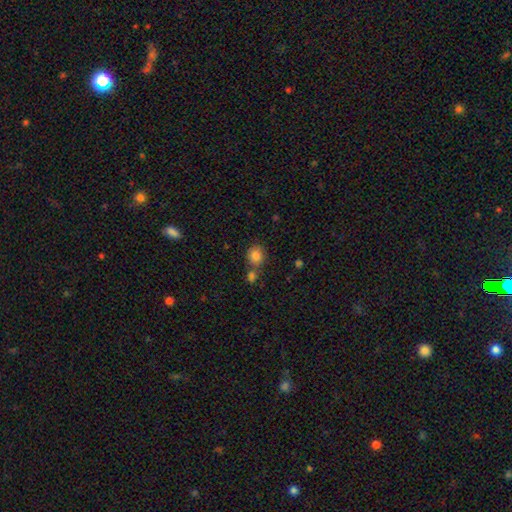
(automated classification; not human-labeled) Overall: smooth (83%). How rounded: round (80%). Merging: none (67%).